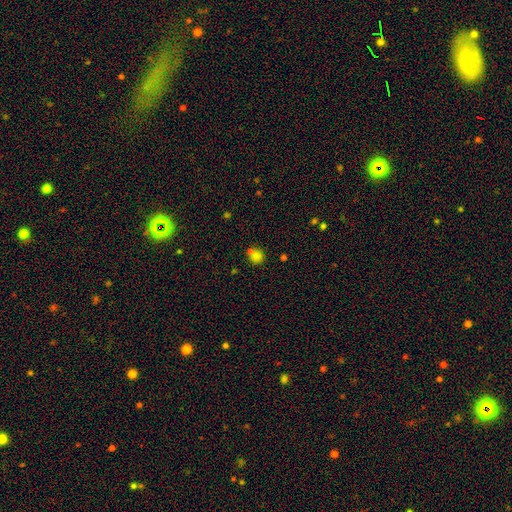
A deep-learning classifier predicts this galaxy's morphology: A smooth galaxy with no disk features (78%) that is round (85%).

Vote fractions:
- Smooth or featured? smooth: 78% / star or artifact: 14% / featured or disk: 7%
- How rounded? round: 85% / in between: 14% / cigar-shaped: 1%
- Merging? none: 61% / merger: 24% / minor disturbance: 11% / major disturbance: 4%